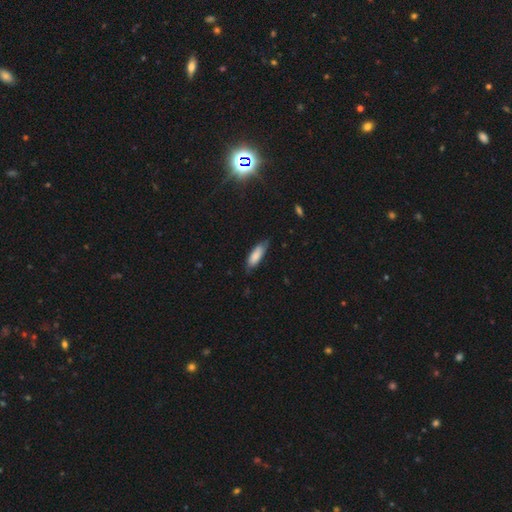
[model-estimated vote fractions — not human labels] smooth-or-featured: smooth: 80% | featured or disk: 13% | star or artifact: 6%
  how-rounded: in between: 58% | cigar-shaped: 40% | round: 2%
  merging: none: 70% | minor disturbance: 24% | major disturbance: 4% | merger: 1%